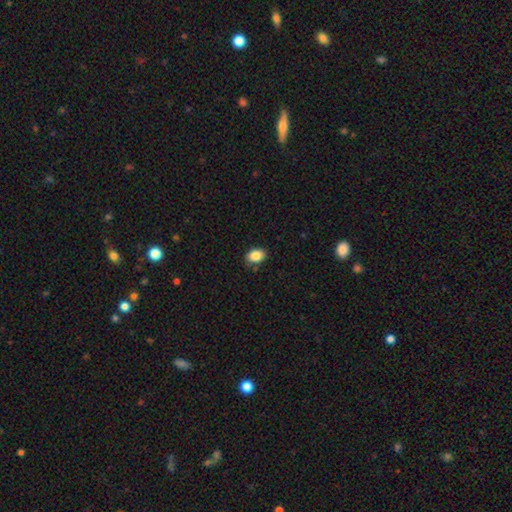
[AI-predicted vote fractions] smooth 87%, star or artifact 8%, featured or disk 5%. Down the decision tree: how rounded — in between (77%); merging — none (85%).